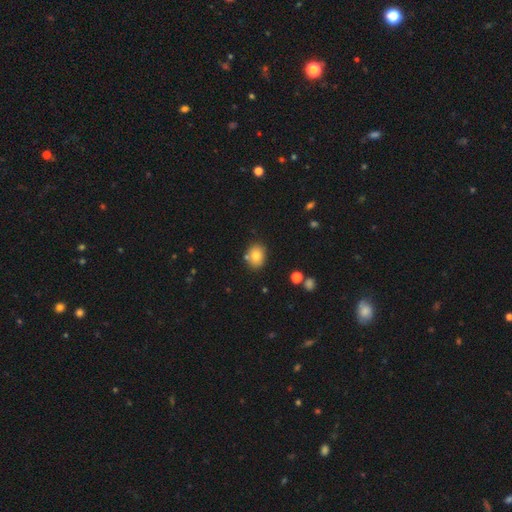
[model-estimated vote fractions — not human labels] Smooth or featured? smooth (79%)
How rounded? round (52%)
Merging? none (79%)